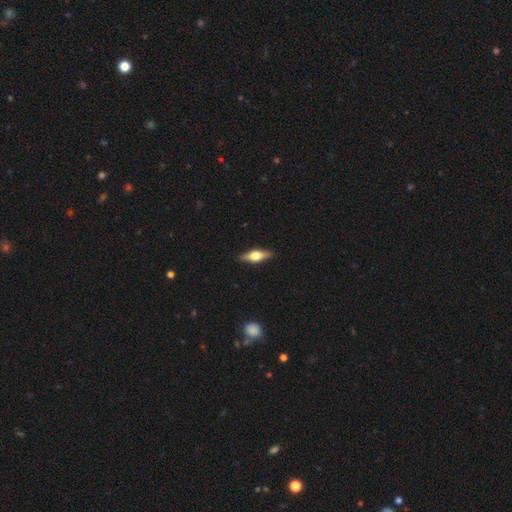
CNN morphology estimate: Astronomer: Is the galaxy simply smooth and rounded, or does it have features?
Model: featured or disk — 57% (runner-up: smooth, 37%).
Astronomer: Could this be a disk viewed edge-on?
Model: yes — 94%.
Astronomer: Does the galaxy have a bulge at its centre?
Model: rounded — 94%.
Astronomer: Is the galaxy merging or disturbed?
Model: none — 90%.